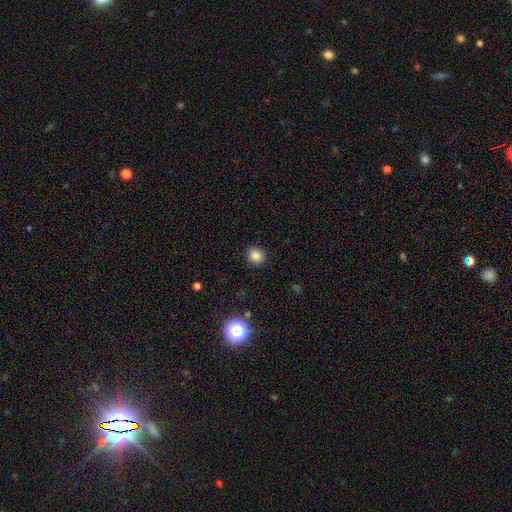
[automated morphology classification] smooth_or_featured: smooth (p=0.84) [alt: star or artifact p=0.12]
how_rounded: round (p=0.86) [alt: in between p=0.13]
merging: none (p=0.90) [alt: minor disturbance p=0.07]